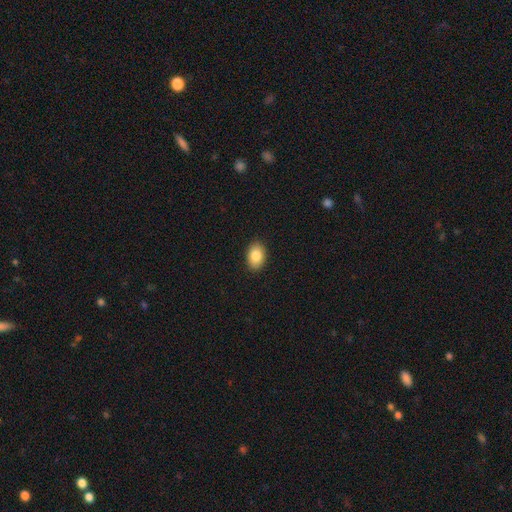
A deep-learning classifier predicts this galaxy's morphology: smooth_or_featured: smooth (p=0.85) [alt: star or artifact p=0.08]
how_rounded: in between (p=0.85) [alt: round p=0.14]
merging: none (p=0.91) [alt: minor disturbance p=0.07]